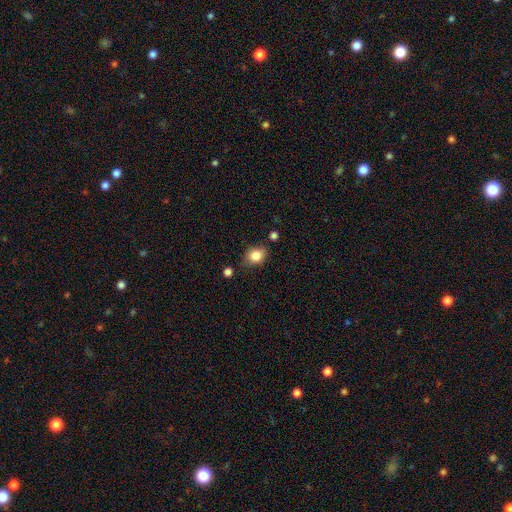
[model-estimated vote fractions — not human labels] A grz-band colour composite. It shows a smooth galaxy with no disk features (83%) that is round (52%). Merging: none (74%).